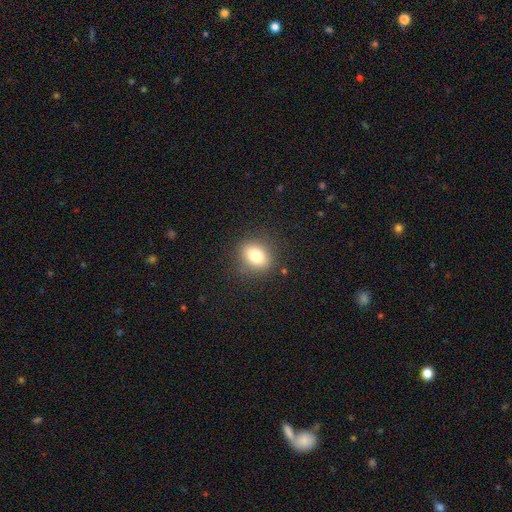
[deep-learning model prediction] A smooth galaxy with no disk features (78%) that is round (50%). Merging: none (85%).